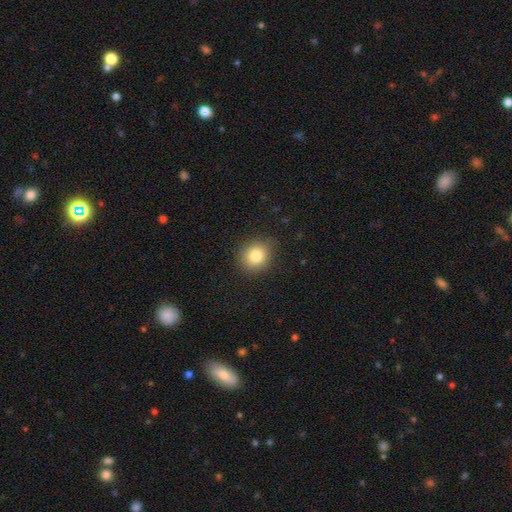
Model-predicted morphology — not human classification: type=smooth (81%); roundness=round (77%); merging=none (86%).